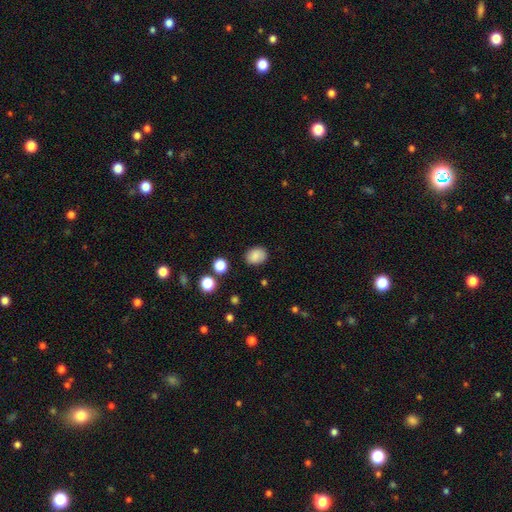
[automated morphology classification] Smooth or featured: smooth — 86% (star or artifact — 9%)
How rounded: in between — 60% (round — 40%)
Merging: none — 83% (minor disturbance — 12%)